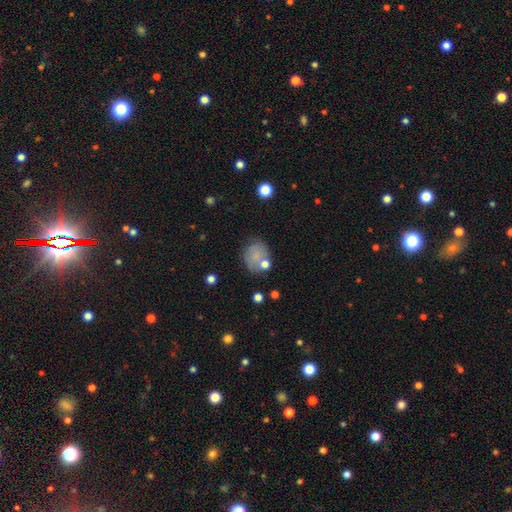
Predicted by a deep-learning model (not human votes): Smooth or featured? smooth (71%)
How rounded? round (65%)
Merging? none (57%)